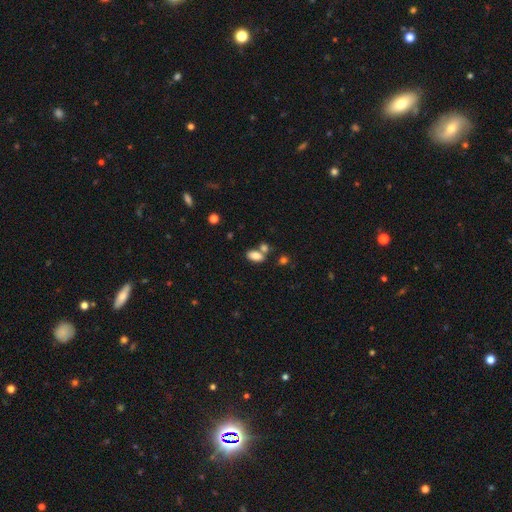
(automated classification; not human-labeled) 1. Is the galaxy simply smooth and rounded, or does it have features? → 83% smooth, 9% star or artifact, 8% featured or disk.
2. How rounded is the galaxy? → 91% in between, 5% round, 4% cigar-shaped.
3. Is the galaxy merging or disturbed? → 54% none, 31% merger, 11% minor disturbance, 4% major disturbance.